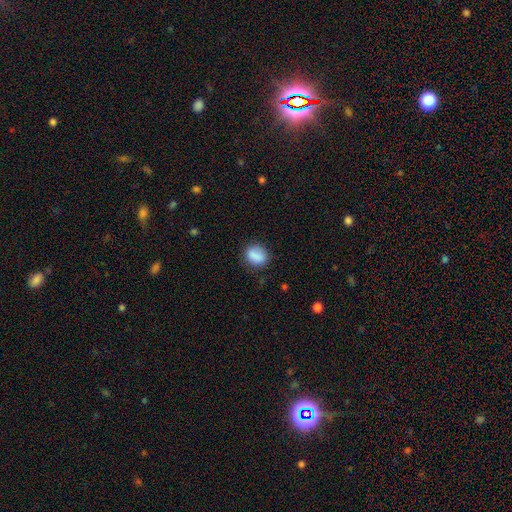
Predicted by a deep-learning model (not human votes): Smooth or featured? Predicted: smooth (p=0.85). How rounded? Predicted: round (p=0.56). Merging? Predicted: none (p=0.79).